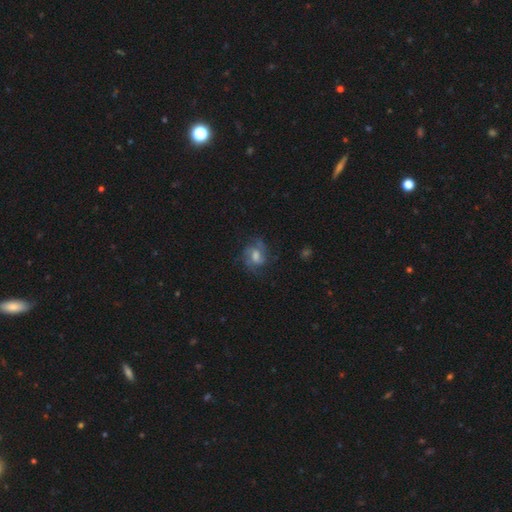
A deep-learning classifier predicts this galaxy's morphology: Smooth or featured? Predicted: featured or disk (p=0.61). Edge-on disk? Predicted: no (p=0.97). Bar? Predicted: no (p=0.46). Spiral arms? Predicted: yes (p=0.86). Spiral winding? Predicted: medium (p=0.46). Spiral arm count? Predicted: 2 (p=0.35). Bulge size? Predicted: moderate (p=0.48). Merging? Predicted: none (p=0.66).